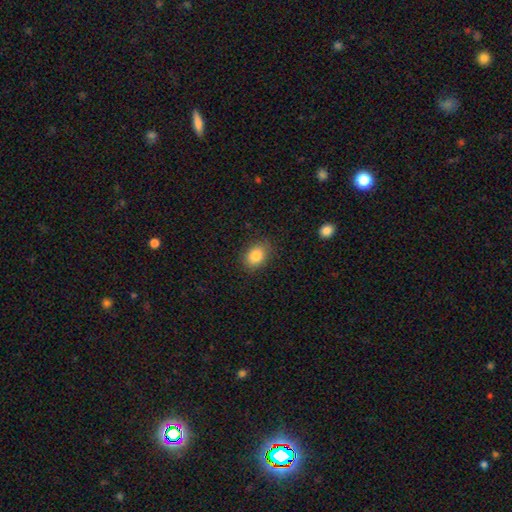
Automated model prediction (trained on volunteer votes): smooth_or_featured: smooth (p=0.84) [alt: star or artifact p=0.09]
how_rounded: in between (p=0.73) [alt: round p=0.26]
merging: none (p=0.85) [alt: minor disturbance p=0.11]